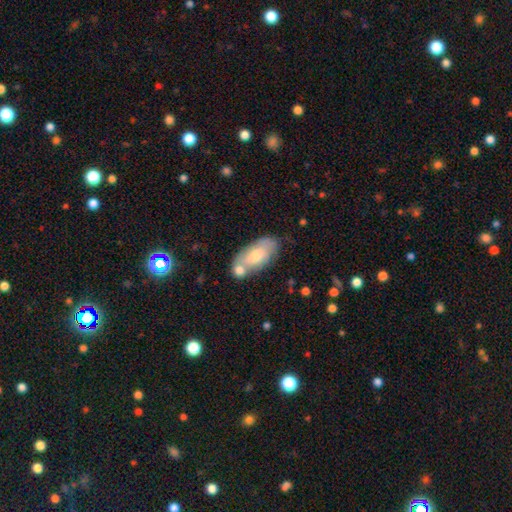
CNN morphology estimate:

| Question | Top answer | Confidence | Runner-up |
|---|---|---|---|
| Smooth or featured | smooth | 65% | featured or disk (28%) |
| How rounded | in between | 88% | cigar-shaped (9%) |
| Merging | none | 54% | merger (24%) |